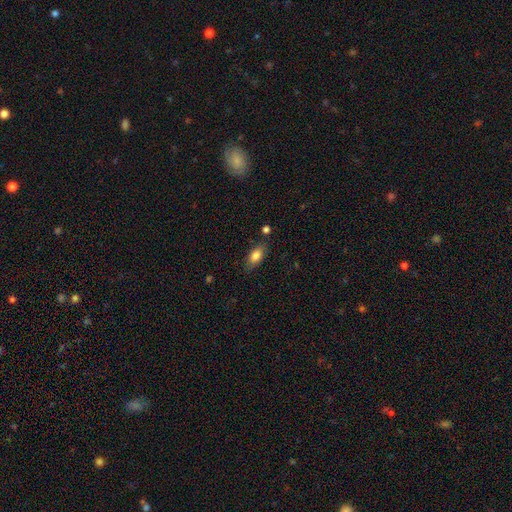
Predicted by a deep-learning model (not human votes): Smooth or featured?
  - smooth: 81% *
  - featured or disk: 12%
  - star or artifact: 8%
How rounded?
  - in between: 85% *
  - cigar-shaped: 10%
  - round: 5%
Merging?
  - none: 78% *
  - minor disturbance: 14%
  - merger: 4%
  - major disturbance: 4%